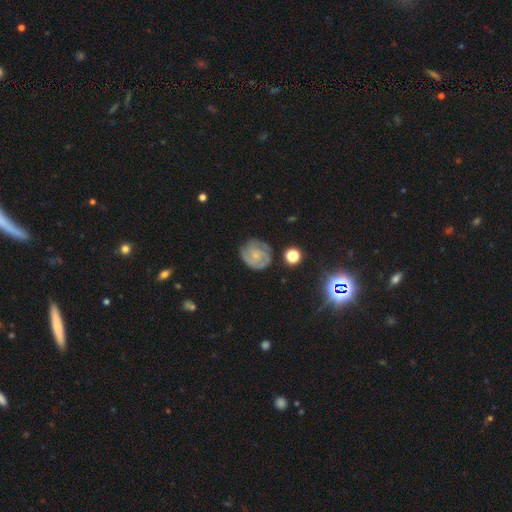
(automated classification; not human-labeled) The model was most divided on "spiral arm count": 3: 33%, 2: 27%, can't tell: 25%, 4: 7%, 1: 5%, more than 4: 4%. More confident: edge-on disk — no (98%); spiral arms — yes (93%); bar — no (75%); merging — none (75%); smooth or featured — featured or disk (72%); bulge size — small (69%); spiral winding — tight (62%).